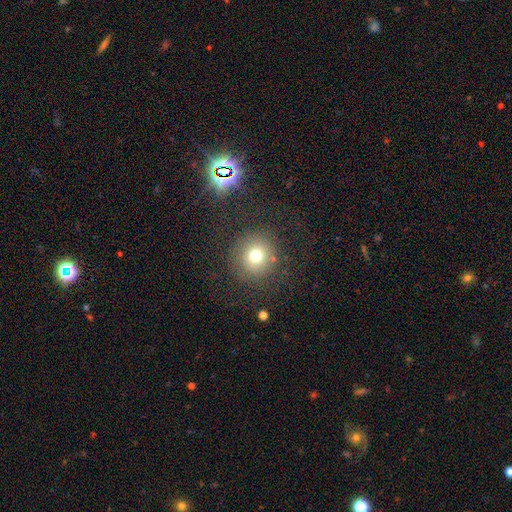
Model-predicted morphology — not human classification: Smooth or featured? smooth (73%)
How rounded? round (92%)
Merging? none (83%)